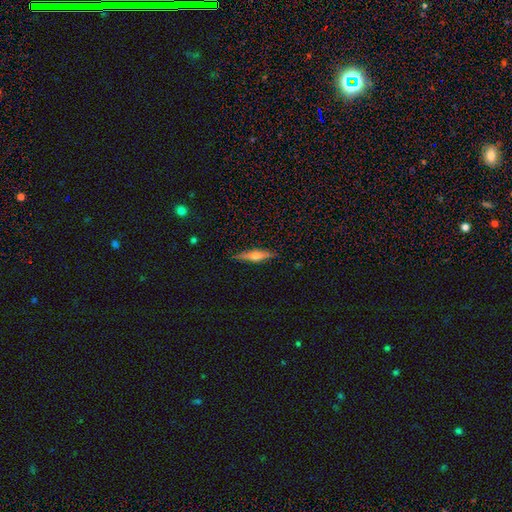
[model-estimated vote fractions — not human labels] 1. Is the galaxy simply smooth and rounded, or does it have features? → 57% featured or disk, 37% smooth, 7% star or artifact.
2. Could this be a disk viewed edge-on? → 94% yes, 6% no.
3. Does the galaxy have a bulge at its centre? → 91% rounded, 5% boxy, 4% none.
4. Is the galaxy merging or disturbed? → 87% none, 10% minor disturbance, 2% major disturbance, 1% merger.